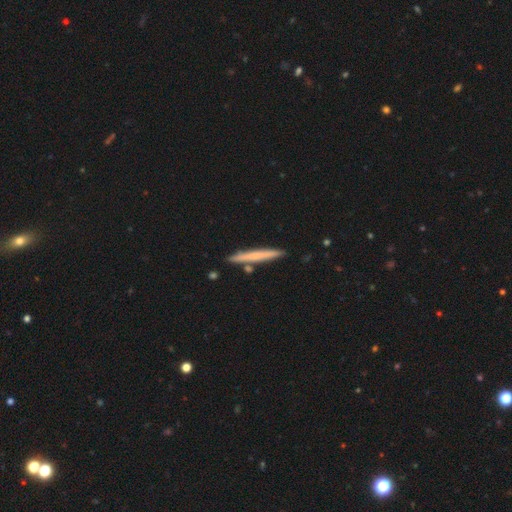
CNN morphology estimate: The model was most divided on "smooth or featured": smooth: 60%, featured or disk: 34%, star or artifact: 6%. More confident: how rounded — cigar-shaped (97%); merging — none (86%).